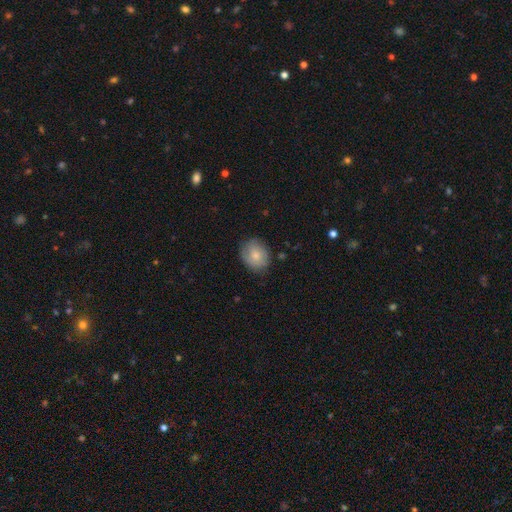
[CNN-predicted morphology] This is likely a smooth galaxy (73%). How rounded: likely round (60%). Merging: likely none (76%).